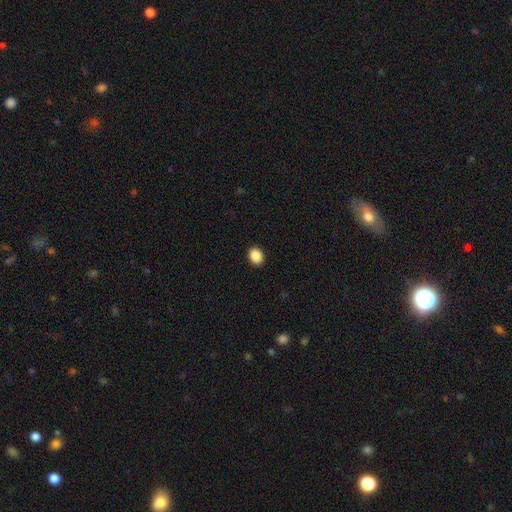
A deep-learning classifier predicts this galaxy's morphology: A smooth galaxy with no disk features (89%) that is in between round and cigar-shaped (55%).

Vote fractions:
- Smooth or featured? smooth: 89% / star or artifact: 9% / featured or disk: 3%
- How rounded? in between: 55% / round: 44% / cigar-shaped: 1%
- Merging? none: 91% / minor disturbance: 6% / major disturbance: 2% / merger: 1%